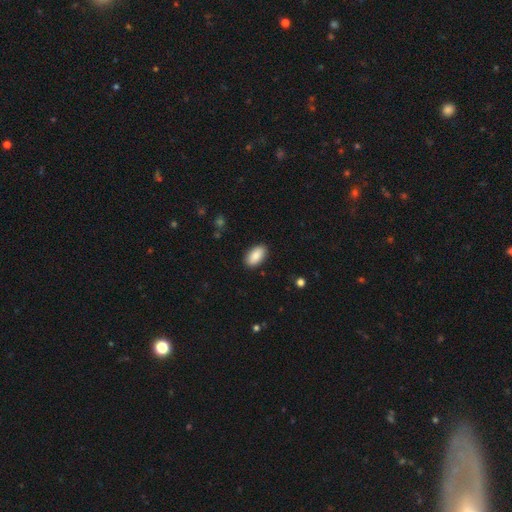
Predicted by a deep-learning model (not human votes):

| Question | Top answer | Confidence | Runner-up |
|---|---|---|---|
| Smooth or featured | smooth | 88% | star or artifact (6%) |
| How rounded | in between | 95% | round (3%) |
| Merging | none | 89% | minor disturbance (8%) |